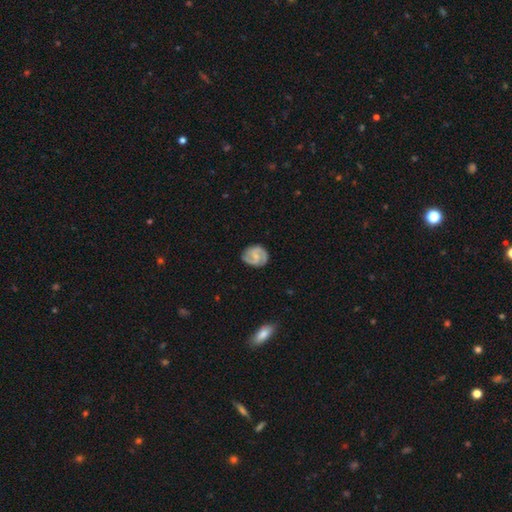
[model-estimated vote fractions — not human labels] This appears to be a featured or disk galaxy (78%) with a weak bar (48%), 2 (86%) medium (47%) spiral arms (96%) and a small central bulge (50%). Merging: none (82%).